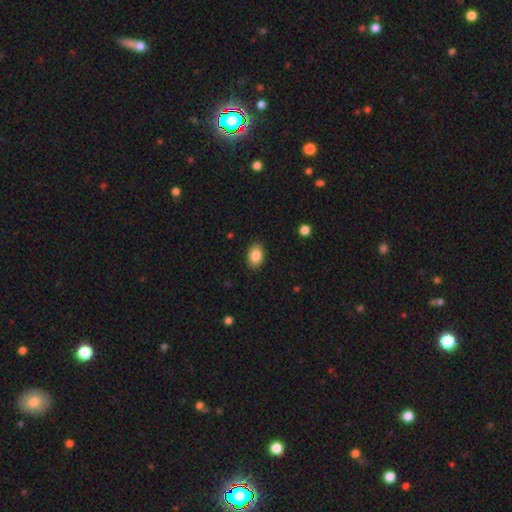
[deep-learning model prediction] This is clearly a smooth galaxy (87%). How rounded: clearly in between (82%). Merging: clearly none (88%).